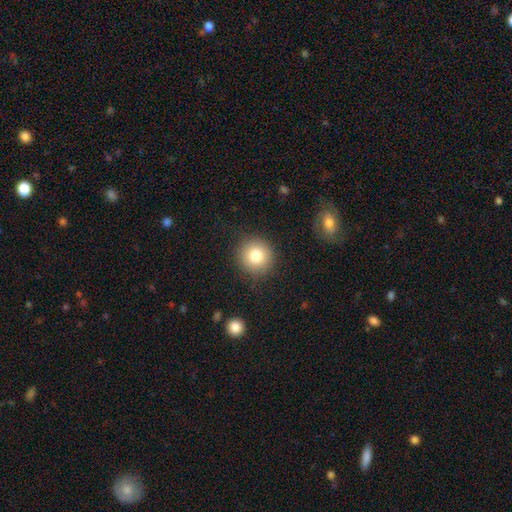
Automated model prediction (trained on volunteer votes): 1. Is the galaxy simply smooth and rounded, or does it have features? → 80% smooth, 11% star or artifact, 9% featured or disk.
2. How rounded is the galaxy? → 92% round, 7% in between, 1% cigar-shaped.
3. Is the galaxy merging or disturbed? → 87% none, 8% minor disturbance, 3% major disturbance, 1% merger.